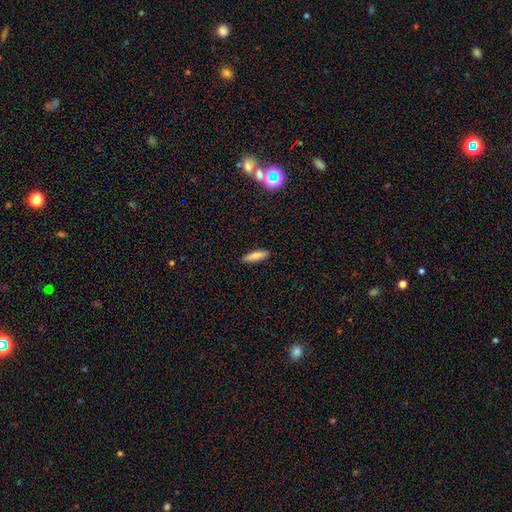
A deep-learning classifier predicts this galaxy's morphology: Smooth or featured? smooth (84%)
How rounded? cigar-shaped (57%)
Merging? none (90%)